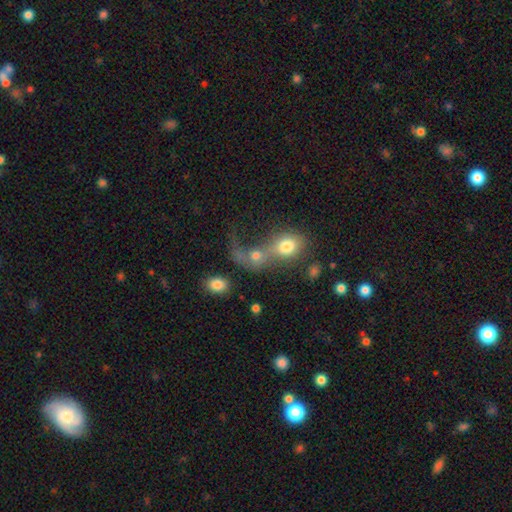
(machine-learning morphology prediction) Overall: smooth (63%; featured or disk 23%). How rounded: round (53%; in between 44%). Merging: merger (68%).